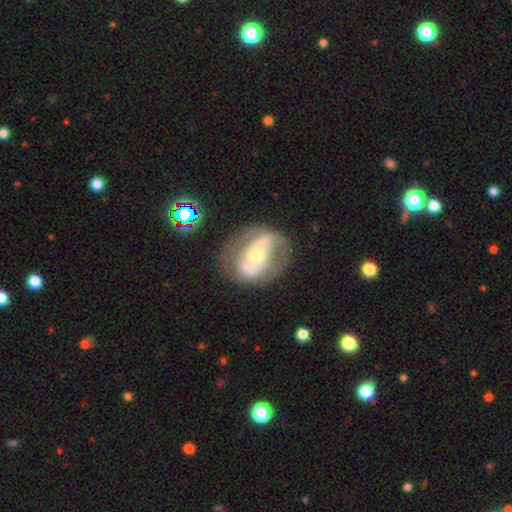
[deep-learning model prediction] The model was most divided on "bulge size": moderate: 48%, small: 44%, large: 5%, dominant: 1%, none: 1%. Remaining: edge-on disk — no (96%); spiral arm count — 2 (77%); smooth or featured — featured or disk (76%); spiral arms — yes (74%); merging — none (65%); bar — no (44%); spiral winding — medium (43%).